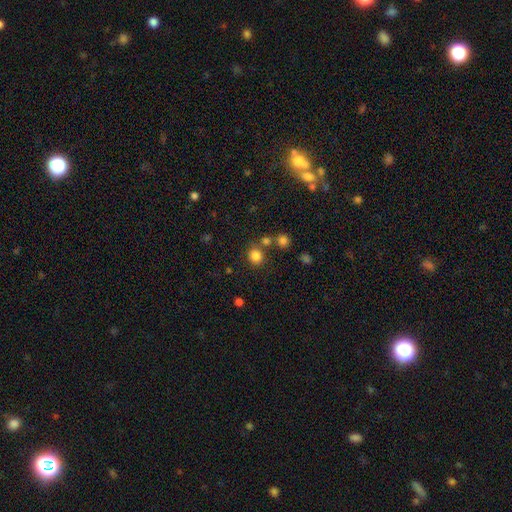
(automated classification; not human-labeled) This is clearly a smooth galaxy (82%). How rounded: clearly round (82%). Merging: likely none (73%).